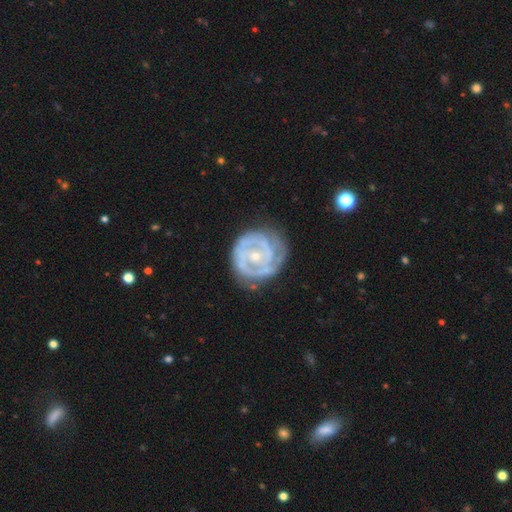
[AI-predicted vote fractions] Smooth or featured? featured or disk (83%)
Edge-on disk? no (98%)
Bar? no (65%)
Spiral arms? yes (86%)
Spiral winding? tight (70%)
Spiral arm count? 2 (42%)
Bulge size? small (68%)
Merging? none (66%)